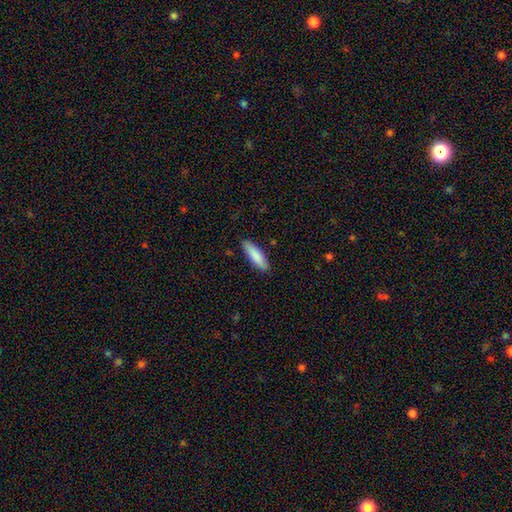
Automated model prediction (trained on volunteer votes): smooth_or_featured: smooth (p=0.85) [alt: featured or disk p=0.09]
how_rounded: cigar-shaped (p=0.58) [alt: in between p=0.41]
merging: none (p=0.87) [alt: minor disturbance p=0.10]